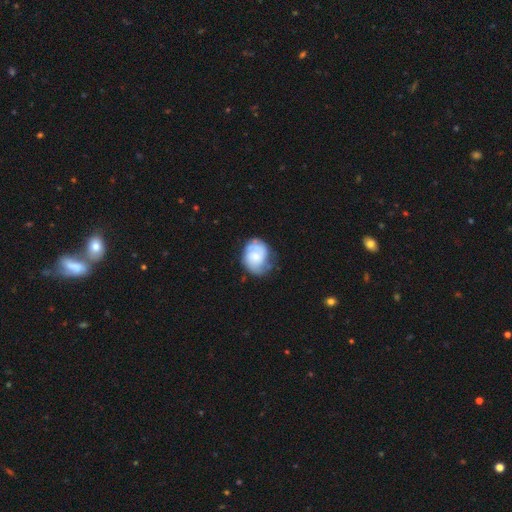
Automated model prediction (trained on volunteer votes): A featured or disk galaxy (60%) with no bar (70%), 2 (48%) tight (52%) spiral arms (86%) and a small central bulge (54%).

Vote fractions:
- Smooth or featured? featured or disk: 60% / smooth: 33% / star or artifact: 7%
- Edge-on disk? no: 98% / yes: 2%
- Bar? no: 70% / weak: 26% / strong: 4%
- Spiral arms? yes: 86% / no: 14%
- Spiral winding? tight: 52% / medium: 35% / loose: 13%
- Spiral arm count? 2: 48% / can't tell: 29% / 3: 10% / 1: 8% / 4: 3% / more than 4: 2%
- Bulge size? small: 54% / moderate: 30% / none: 11% / large: 5% / dominant: 1%
- Merging? none: 59% / minor disturbance: 28% / major disturbance: 11% / merger: 2%